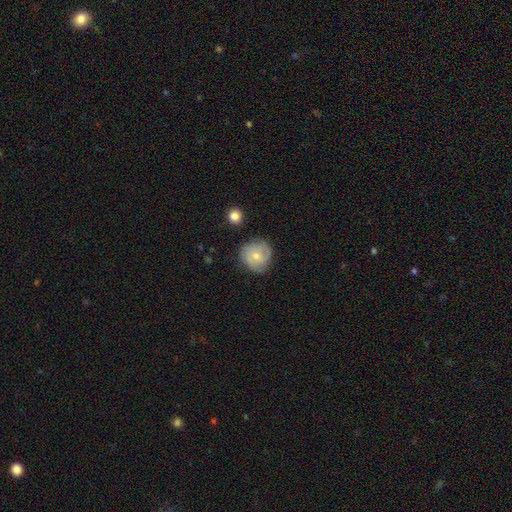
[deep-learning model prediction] Smooth or featured: smooth — 54% (featured or disk — 39%)
How rounded: round — 89% (in between — 10%)
Merging: none — 75% (minor disturbance — 19%)